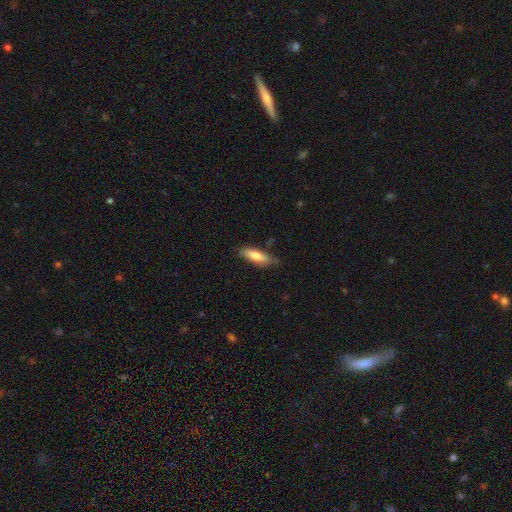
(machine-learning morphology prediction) smooth 78%, featured or disk 17%, star or artifact 6%. Down the decision tree: how rounded — cigar-shaped (54%); merging — none (72%).